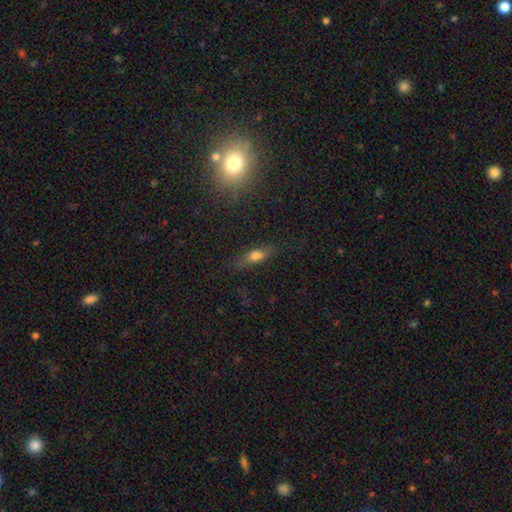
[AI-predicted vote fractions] smooth-or-featured: smooth: 65% | featured or disk: 22% | star or artifact: 13%
  how-rounded: in between: 54% | cigar-shaped: 41% | round: 5%
  merging: none: 79% | minor disturbance: 14% | major disturbance: 5% | merger: 2%